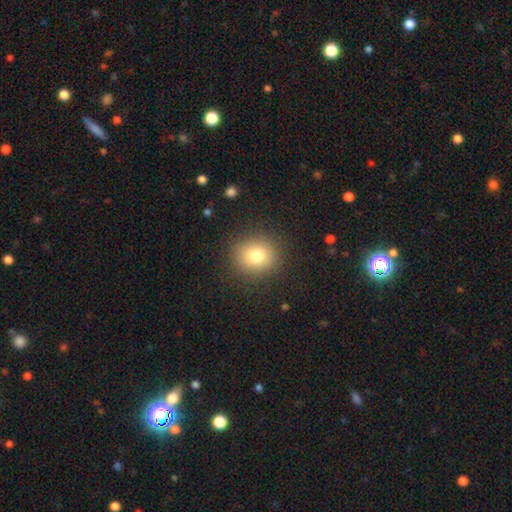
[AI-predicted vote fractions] Overall: smooth (78%). How rounded: round (82%). Merging: none (87%).